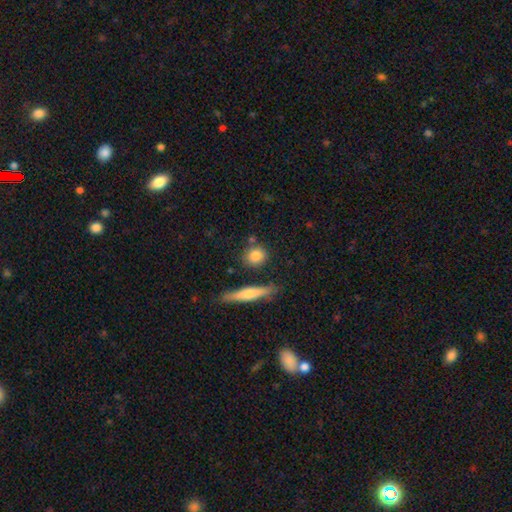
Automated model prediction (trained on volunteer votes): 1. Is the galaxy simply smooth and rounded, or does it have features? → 81% smooth, 10% featured or disk, 8% star or artifact.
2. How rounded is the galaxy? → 71% round, 20% in between, 9% cigar-shaped.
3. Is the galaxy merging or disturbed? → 78% none, 11% minor disturbance, 8% merger, 3% major disturbance.